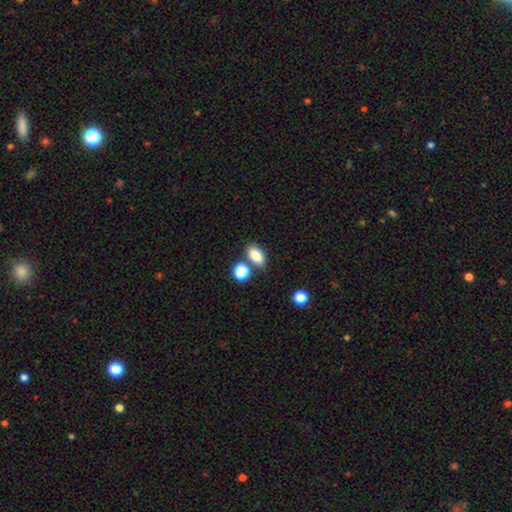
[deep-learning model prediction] smooth-or-featured: smooth: 83% | star or artifact: 10% | featured or disk: 7%
  how-rounded: in between: 86% | round: 11% | cigar-shaped: 3%
  merging: none: 71% | merger: 14% | minor disturbance: 11% | major disturbance: 3%